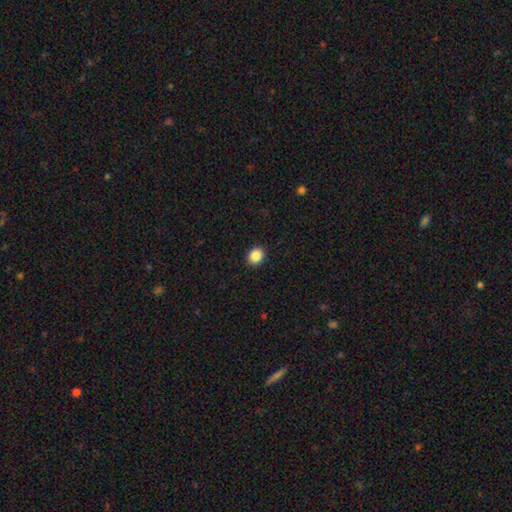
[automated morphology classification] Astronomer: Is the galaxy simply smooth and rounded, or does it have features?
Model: smooth — 86%.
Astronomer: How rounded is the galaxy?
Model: round — 69%.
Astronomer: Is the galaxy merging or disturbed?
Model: none — 92%.